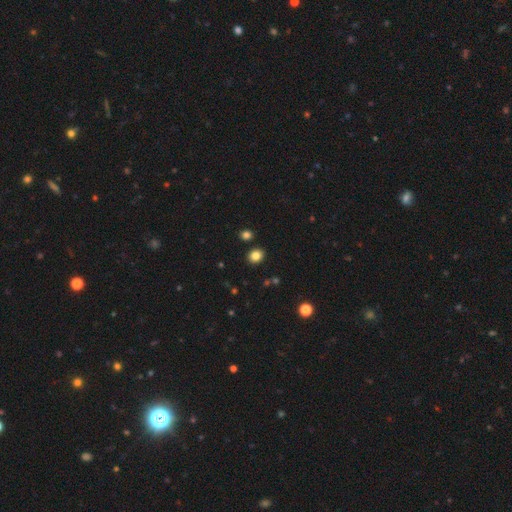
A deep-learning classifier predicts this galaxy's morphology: Q: Smooth or featured?
A: smooth (83%); runner-up: star or artifact (12%)
Q: How rounded?
A: round (66%); runner-up: in between (34%)
Q: Merging?
A: none (88%); runner-up: minor disturbance (7%)